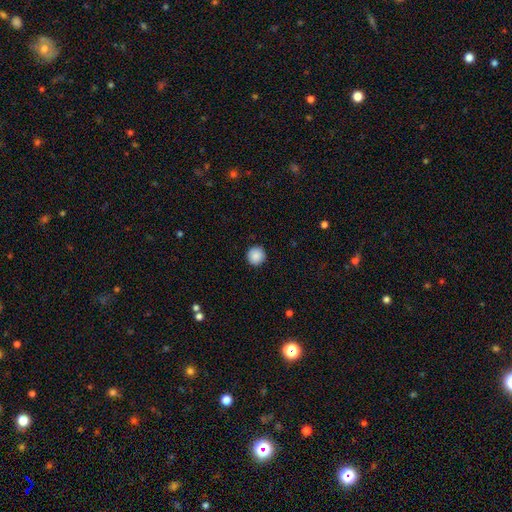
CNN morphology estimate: Smooth or featured?
  - smooth: 89% *
  - star or artifact: 8%
  - featured or disk: 2%
How rounded?
  - round: 96% *
  - in between: 3%
  - cigar-shaped: 1%
Merging?
  - none: 93% *
  - minor disturbance: 5%
  - major disturbance: 2%
  - merger: 1%